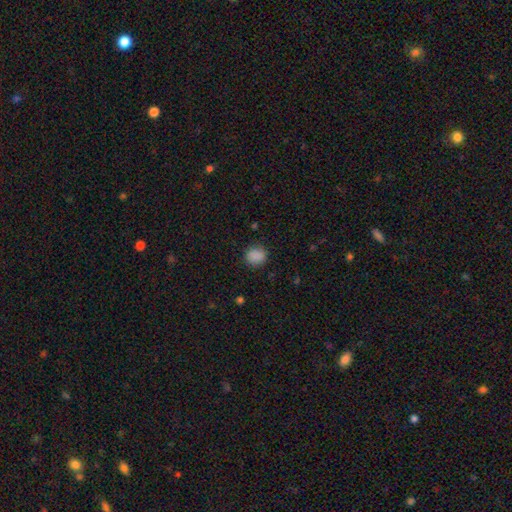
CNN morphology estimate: smooth 87%, star or artifact 10%, featured or disk 3%. Down the decision tree: how rounded — round (76%); merging — none (85%).